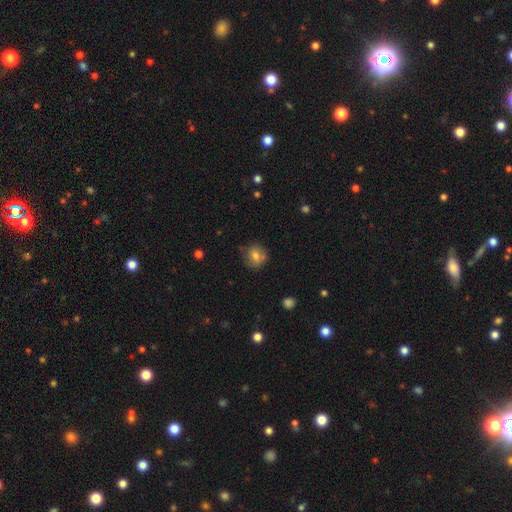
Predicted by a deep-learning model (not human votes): This appears to be a smooth galaxy with no disk features (72%) that is round (81%). Merging: none (67%).